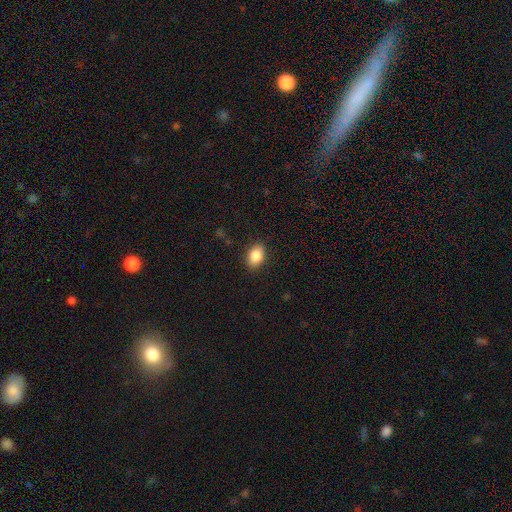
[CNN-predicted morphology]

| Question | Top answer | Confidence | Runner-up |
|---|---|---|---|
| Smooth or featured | smooth | 86% | star or artifact (8%) |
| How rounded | in between | 82% | round (16%) |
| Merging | none | 88% | minor disturbance (9%) |